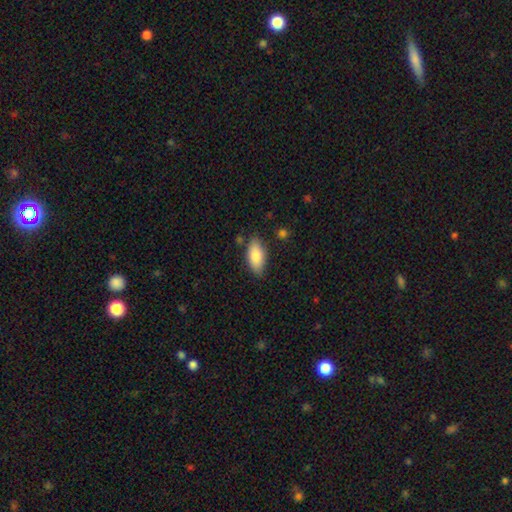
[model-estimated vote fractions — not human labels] Morphology: type=smooth (84%); roundness=in between (88%); merging=none (80%).